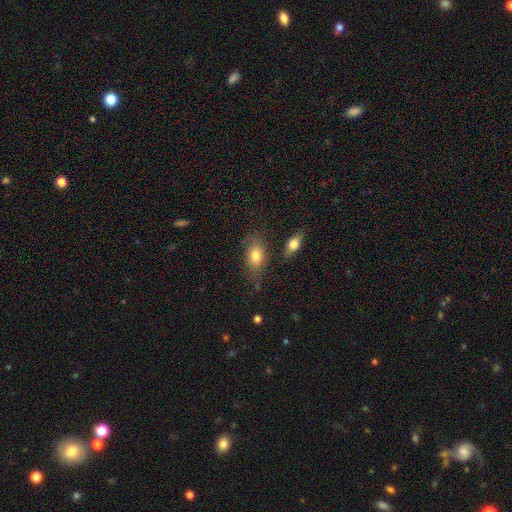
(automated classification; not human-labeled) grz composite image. It shows a smooth galaxy with no disk features (78%) that is in between round and cigar-shaped (80%). Merging: none (64%).